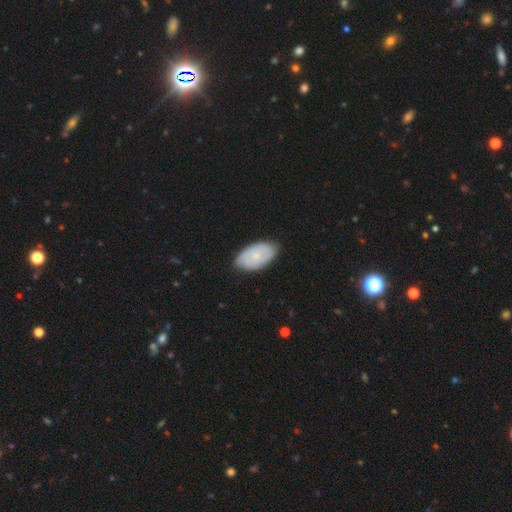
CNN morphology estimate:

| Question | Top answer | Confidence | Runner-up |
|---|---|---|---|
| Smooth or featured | smooth | 61% | featured or disk (33%) |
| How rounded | in between | 94% | round (5%) |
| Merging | none | 80% | minor disturbance (16%) |